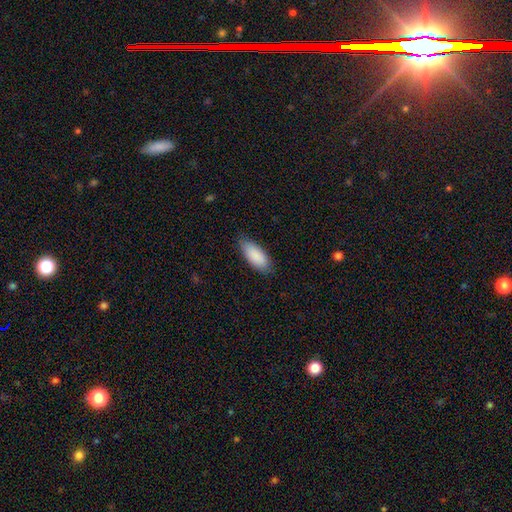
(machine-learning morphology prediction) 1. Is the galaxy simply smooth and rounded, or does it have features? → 89% smooth, 6% star or artifact, 5% featured or disk.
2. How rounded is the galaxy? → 83% in between, 15% cigar-shaped, 2% round.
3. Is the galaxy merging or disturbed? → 82% none, 14% minor disturbance, 2% major disturbance, 1% merger.